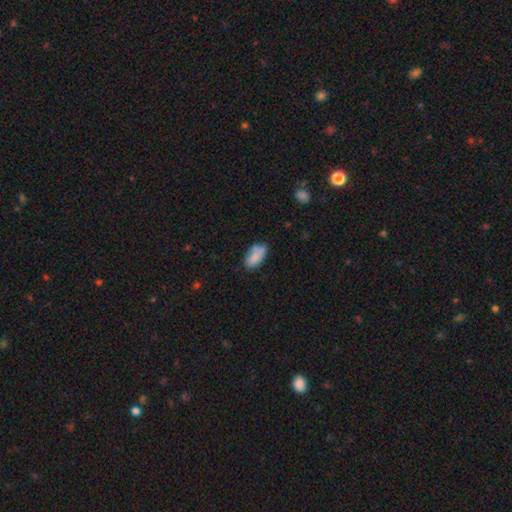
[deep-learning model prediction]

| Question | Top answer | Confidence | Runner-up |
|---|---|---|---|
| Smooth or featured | smooth | 81% | featured or disk (11%) |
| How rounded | in between | 92% | cigar-shaped (4%) |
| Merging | none | 66% | minor disturbance (23%) |